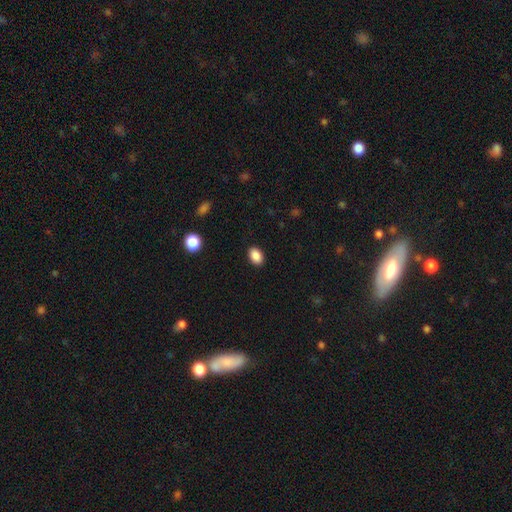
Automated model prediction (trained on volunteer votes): A smooth galaxy with no disk features (89%) that is in between round and cigar-shaped (80%). Merging: none (90%).